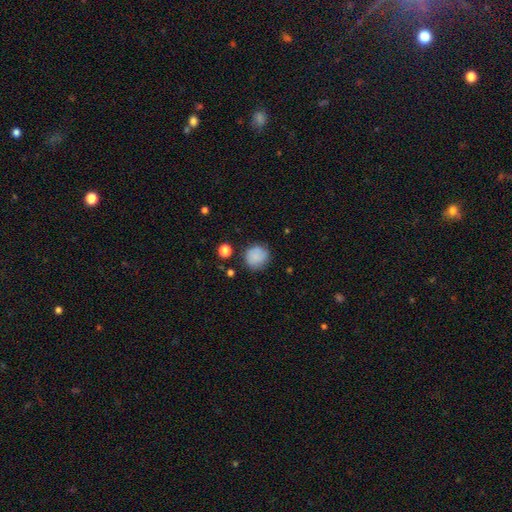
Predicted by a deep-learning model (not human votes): Morphology: type=smooth (83%); roundness=round (88%); merging=none (78%).